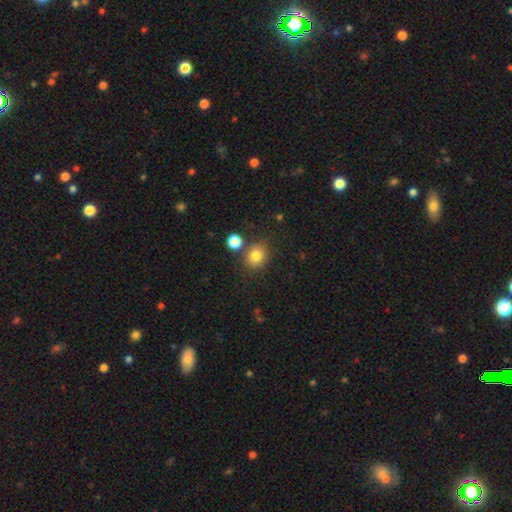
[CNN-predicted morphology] A smooth galaxy with no disk features (82%) that is round (71%). Merging: none (76%).